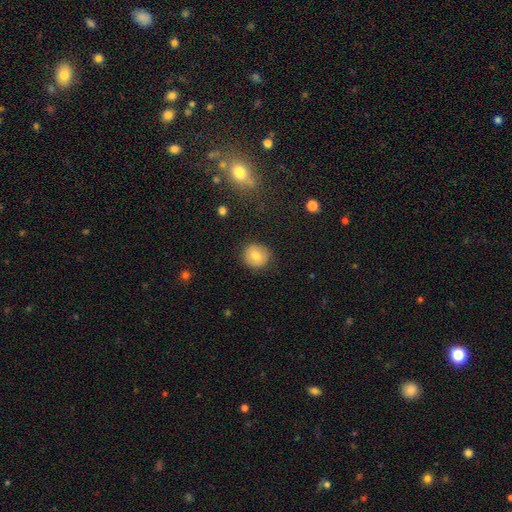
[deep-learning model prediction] smooth 75%, featured or disk 16%, star or artifact 9%. Down the decision tree: how rounded — round (89%); merging — none (87%).